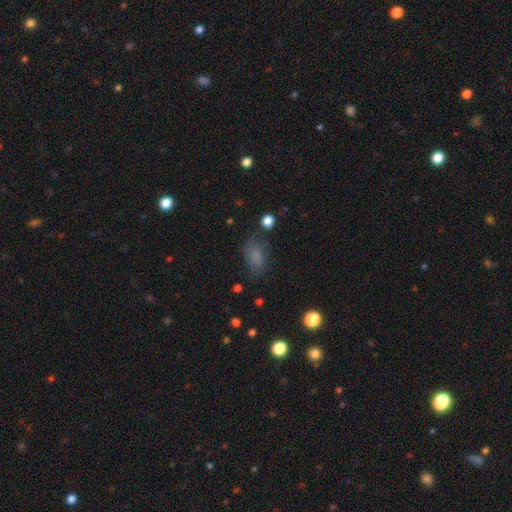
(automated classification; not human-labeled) Smooth or featured? smooth (74%)
How rounded? in between (86%)
Merging? none (69%)